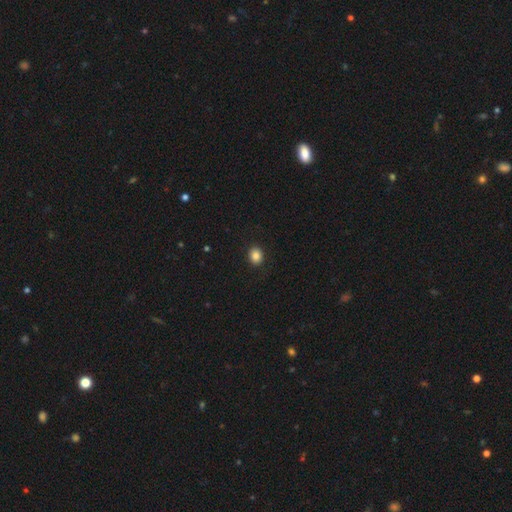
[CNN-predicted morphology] The model was most divided on "how rounded": round: 63%, in between: 37%, cigar-shaped: 1%. More confident: merging — none (91%); smooth or featured — smooth (86%).